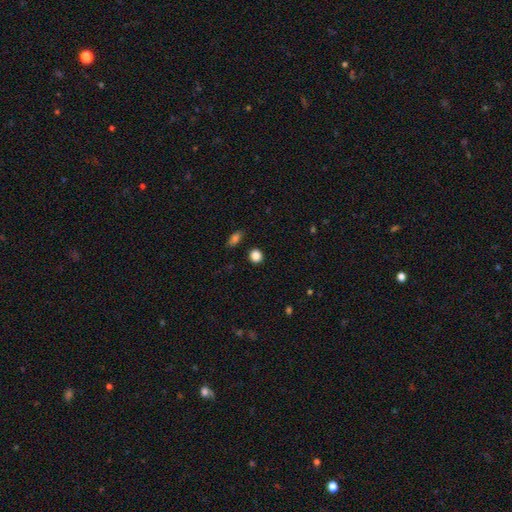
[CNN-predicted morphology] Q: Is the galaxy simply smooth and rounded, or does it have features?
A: smooth — 85%.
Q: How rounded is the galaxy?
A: round — 87%.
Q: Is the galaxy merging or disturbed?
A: none — 89%.